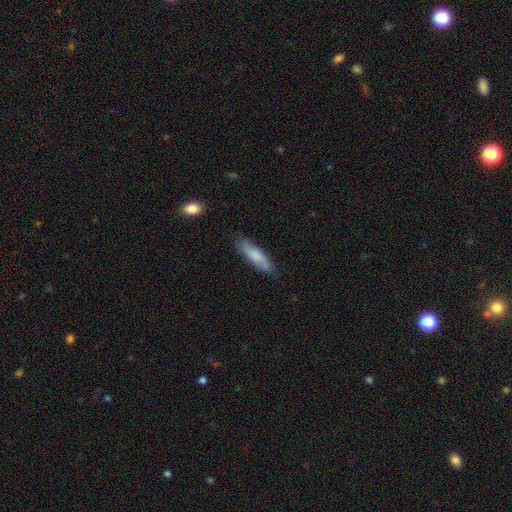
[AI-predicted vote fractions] Morphology: type=smooth (72%); roundness=cigar-shaped (71%); merging=none (81%).